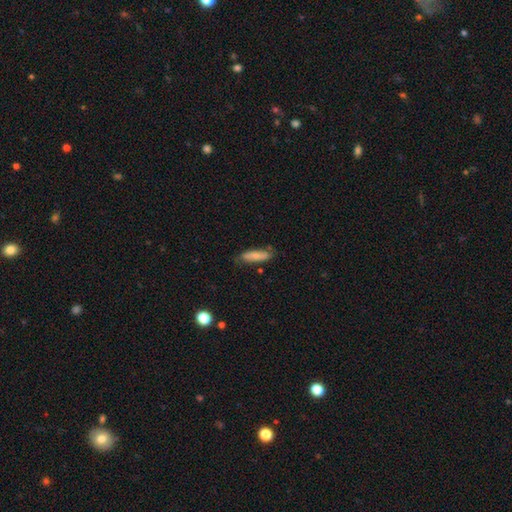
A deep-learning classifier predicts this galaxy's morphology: The model was most divided on "how rounded": cigar-shaped: 60%, in between: 38%, round: 2%. More confident: smooth or featured — smooth (77%); merging — none (74%).